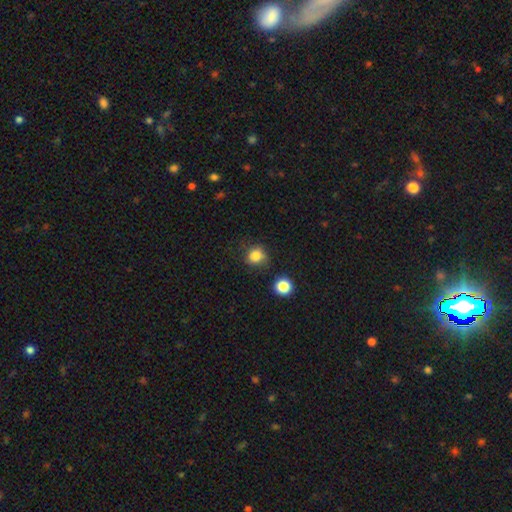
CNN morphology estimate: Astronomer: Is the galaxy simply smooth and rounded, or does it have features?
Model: smooth — 82%.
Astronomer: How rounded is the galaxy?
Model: round — 76%.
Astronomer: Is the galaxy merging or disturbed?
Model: none — 68%.